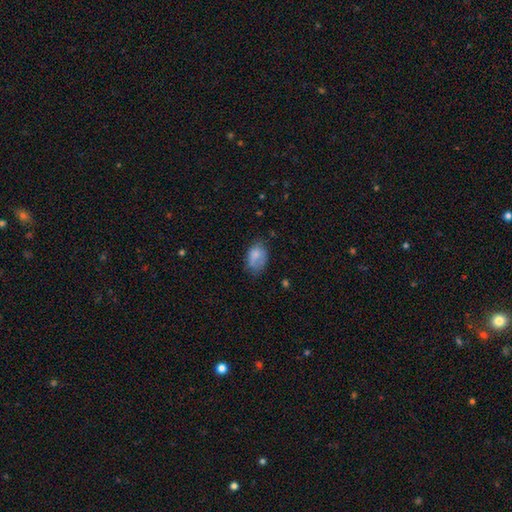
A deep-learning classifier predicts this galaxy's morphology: Smooth or featured? smooth (74%)
How rounded? in between (83%)
Merging? none (45%)